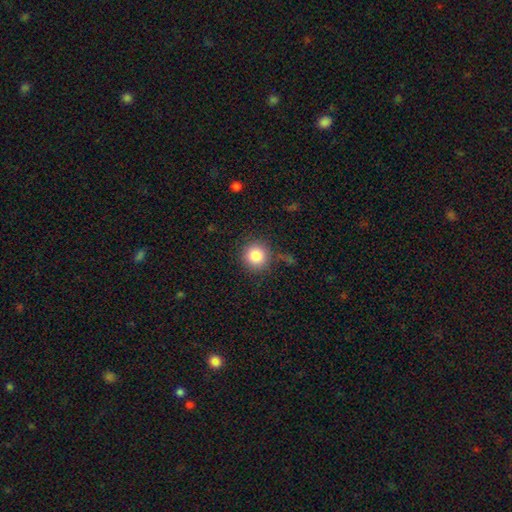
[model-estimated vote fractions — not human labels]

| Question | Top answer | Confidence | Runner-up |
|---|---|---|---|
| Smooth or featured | smooth | 85% | star or artifact (10%) |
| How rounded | round | 94% | in between (5%) |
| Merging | none | 84% | minor disturbance (10%) |